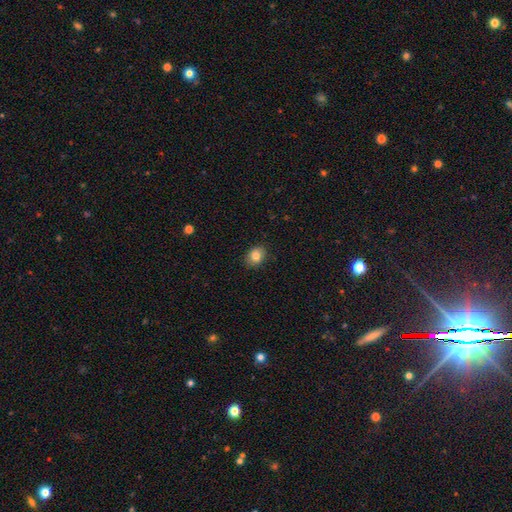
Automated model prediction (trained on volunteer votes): Morphology: type=smooth (85%); roundness=in between (55%); merging=none (87%).